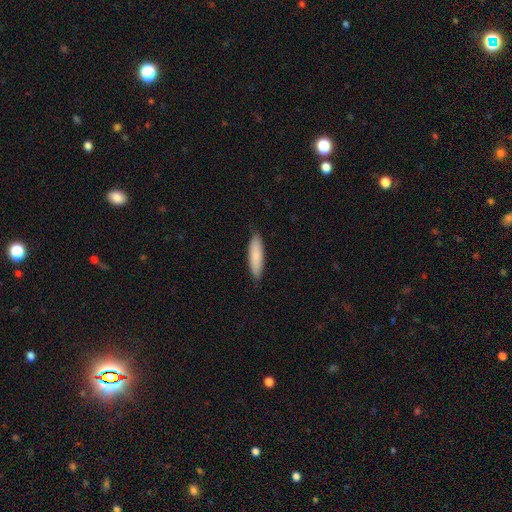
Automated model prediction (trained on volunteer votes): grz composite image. It shows a smooth galaxy with no disk features (84%) that is cigar-shaped (71%). Merging: none (88%).